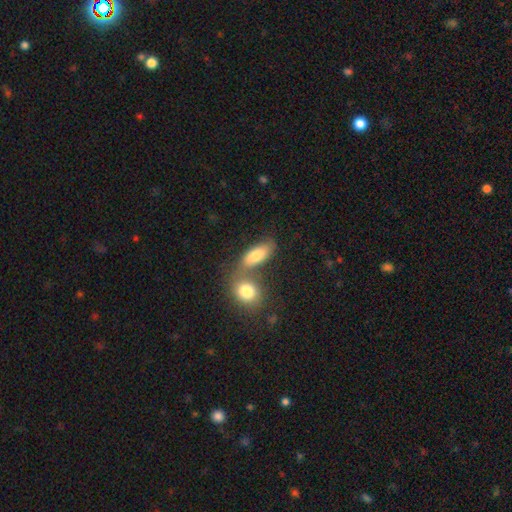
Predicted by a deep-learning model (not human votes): smooth_or_featured: smooth (p=0.77) [alt: featured or disk p=0.15]
how_rounded: in between (p=0.81) [alt: cigar-shaped p=0.10]
merging: merger (p=0.47) [alt: none p=0.38]